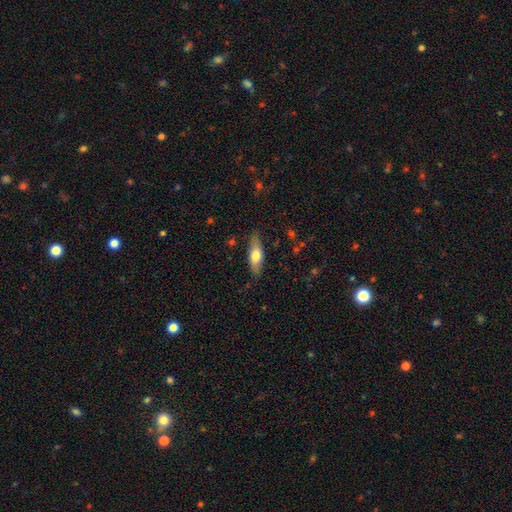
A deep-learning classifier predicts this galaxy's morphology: A smooth galaxy with no disk features (65%) that is in between round and cigar-shaped (61%). Merging: none (82%).